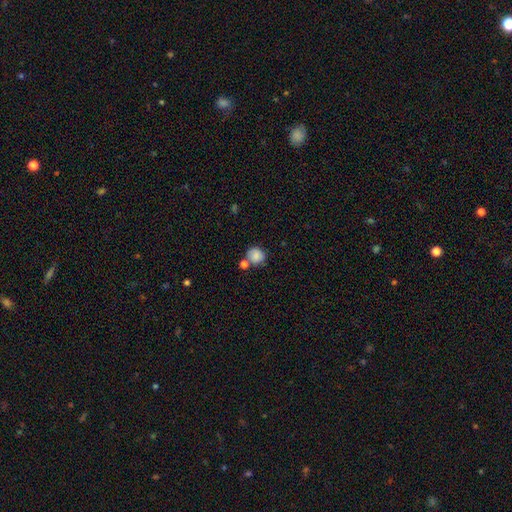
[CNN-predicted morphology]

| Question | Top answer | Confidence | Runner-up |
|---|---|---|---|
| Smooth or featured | smooth | 84% | star or artifact (8%) |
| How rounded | round | 83% | in between (16%) |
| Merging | none | 56% | merger (24%) |